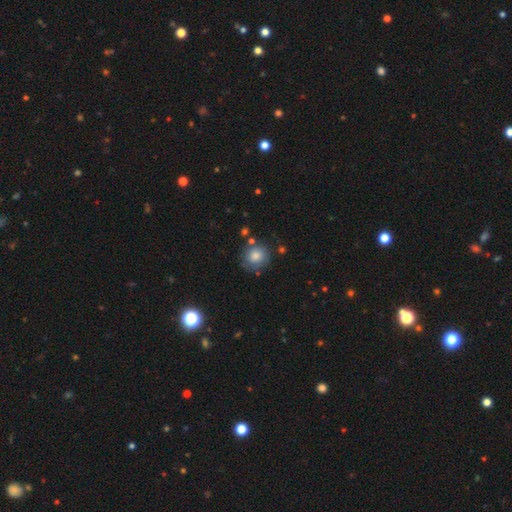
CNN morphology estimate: smooth-or-featured: smooth: 81% | featured or disk: 11% | star or artifact: 9%
  how-rounded: round: 90% | in between: 9% | cigar-shaped: 1%
  merging: none: 74% | minor disturbance: 16% | merger: 5% | major disturbance: 5%